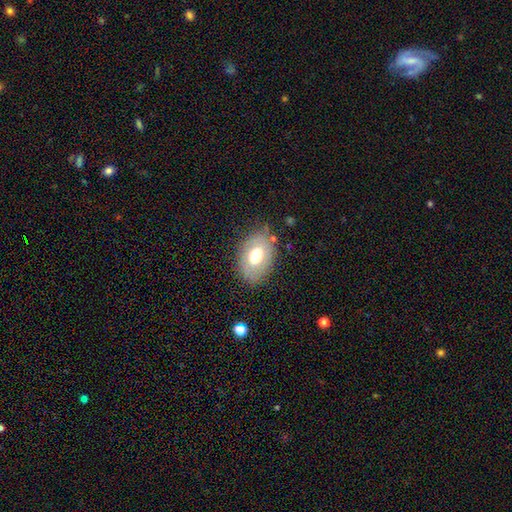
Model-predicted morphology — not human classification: Q: Smooth or featured?
A: smooth (57%); runner-up: featured or disk (35%)
Q: How rounded?
A: in between (81%); runner-up: round (18%)
Q: Merging?
A: none (74%); runner-up: minor disturbance (18%)